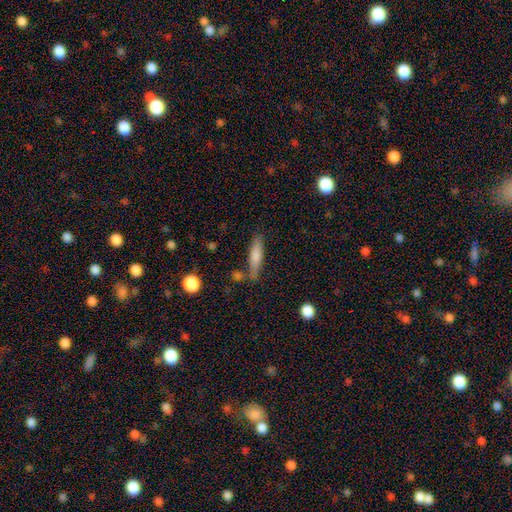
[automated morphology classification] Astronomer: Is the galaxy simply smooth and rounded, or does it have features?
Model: smooth — 58%.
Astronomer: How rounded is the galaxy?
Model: cigar-shaped — 80%.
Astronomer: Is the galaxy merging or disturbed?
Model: none — 76%.